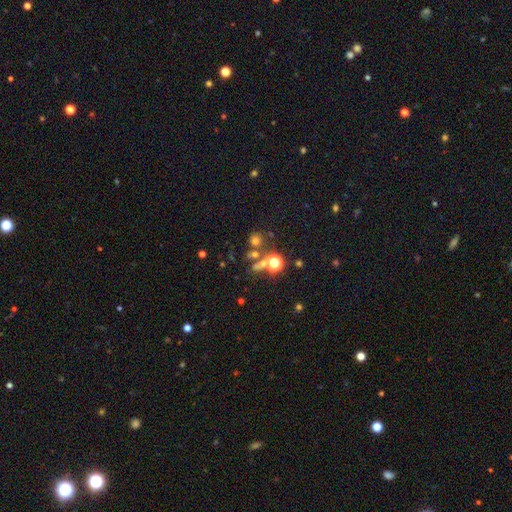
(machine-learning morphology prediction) Smooth or featured? Predicted: star or artifact (p=0.60).